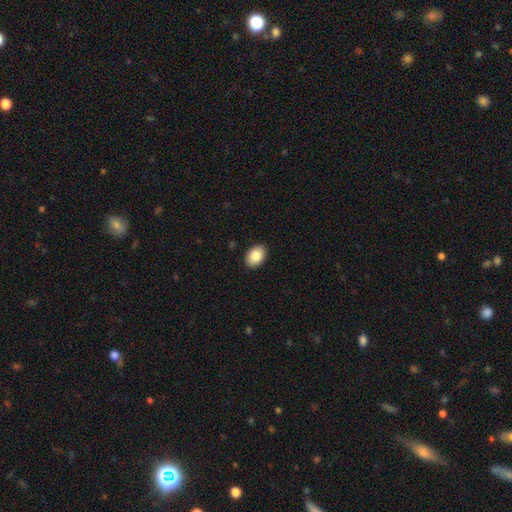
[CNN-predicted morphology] This appears to be a smooth galaxy with no disk features (85%) that is in between round and cigar-shaped (85%). Merging: none (91%).